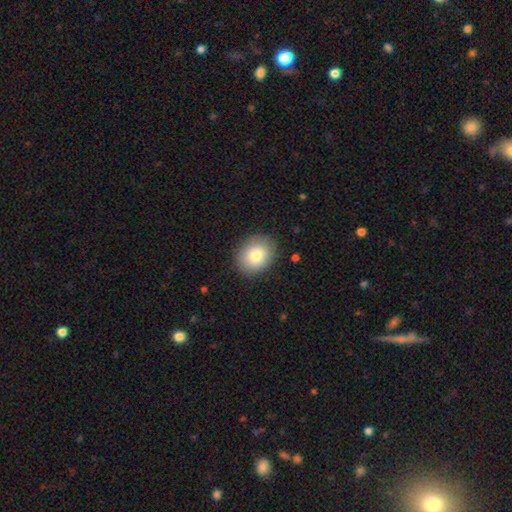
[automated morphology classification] A smooth galaxy with no disk features (80%) that is round (60%). Merging: none (86%).